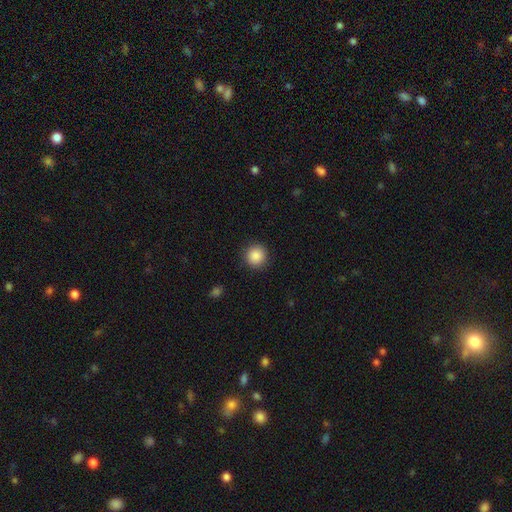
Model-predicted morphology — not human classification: Smooth or featured? Predicted: smooth (p=0.88). How rounded? Predicted: round (p=0.94). Merging? Predicted: none (p=0.91).